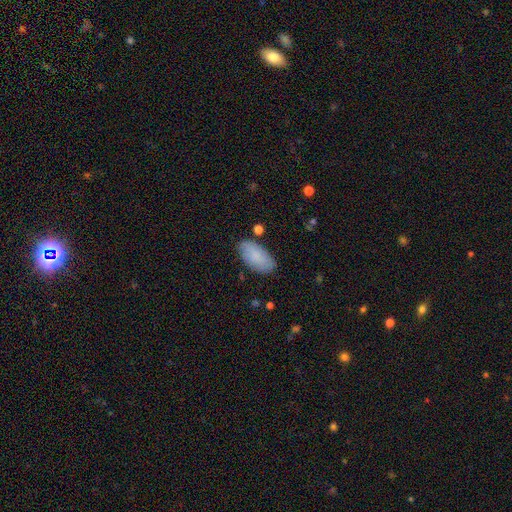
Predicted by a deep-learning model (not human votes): Morphology: type=smooth (83%); roundness=in between (95%); merging=none (78%).